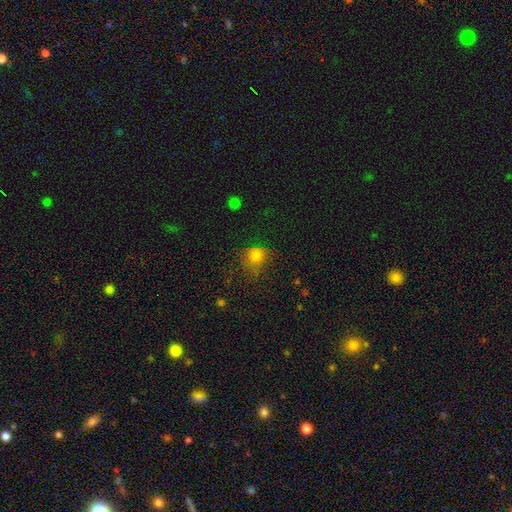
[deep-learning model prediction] Smooth or featured: smooth — 75% (star or artifact — 16%)
How rounded: round — 73% (in between — 26%)
Merging: none — 58% (minor disturbance — 24%)